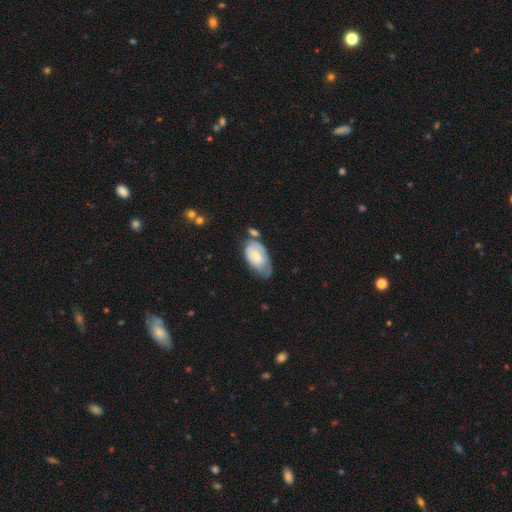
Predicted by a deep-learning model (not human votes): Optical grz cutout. It shows a smooth galaxy with no disk features (56%) that is in between round and cigar-shaped (93%). Merging: minor disturbance (36%).